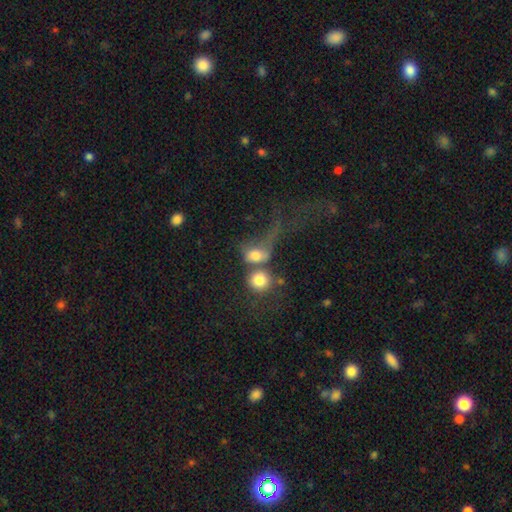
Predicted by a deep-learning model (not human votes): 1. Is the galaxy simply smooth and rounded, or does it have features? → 68% smooth, 21% featured or disk, 12% star or artifact.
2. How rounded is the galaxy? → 51% round, 44% in between, 5% cigar-shaped.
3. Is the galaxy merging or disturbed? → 54% merger, 22% major disturbance, 15% none, 8% minor disturbance.